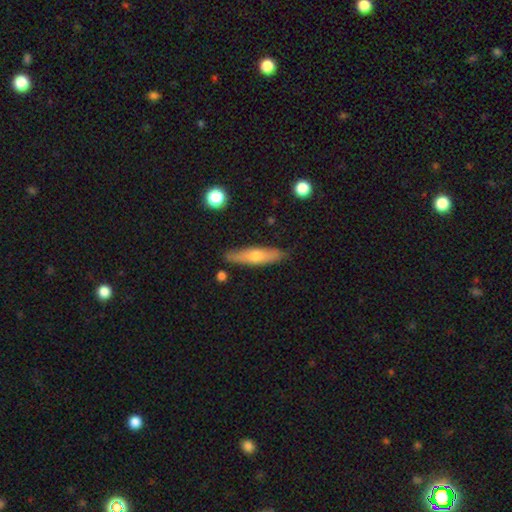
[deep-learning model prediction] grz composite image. It shows a smooth galaxy with no disk features (53%) that is cigar-shaped (76%). Merging: none (83%).